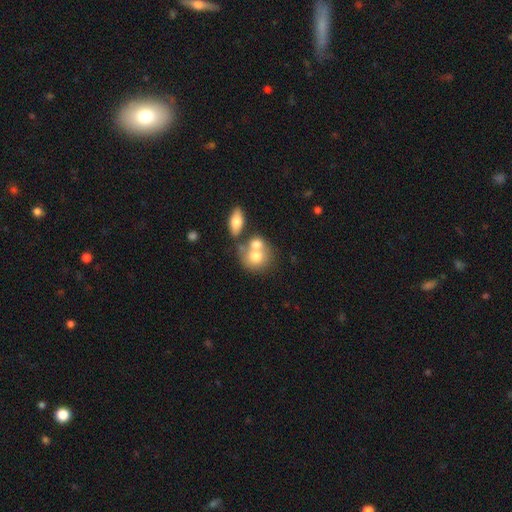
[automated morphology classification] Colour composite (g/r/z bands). It shows a smooth galaxy with no disk features (71%) that is round (70%). Merging: merger (53%).